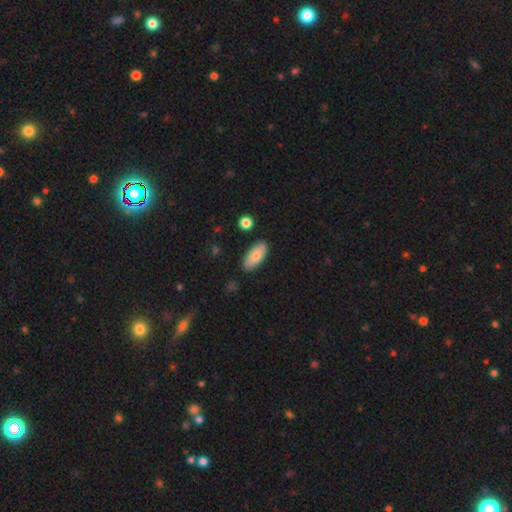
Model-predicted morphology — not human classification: Smooth or featured? smooth (80%)
How rounded? in between (89%)
Merging? none (85%)